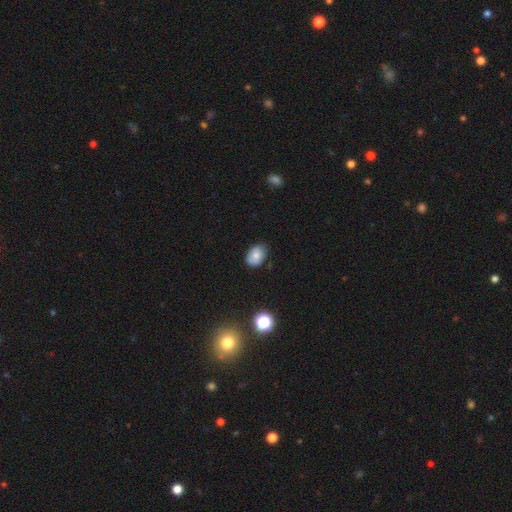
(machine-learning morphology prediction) The model was most divided on "merging": none: 76%, minor disturbance: 20%, major disturbance: 3%, merger: 1%. More confident: how rounded — in between (77%); smooth or featured — smooth (74%).